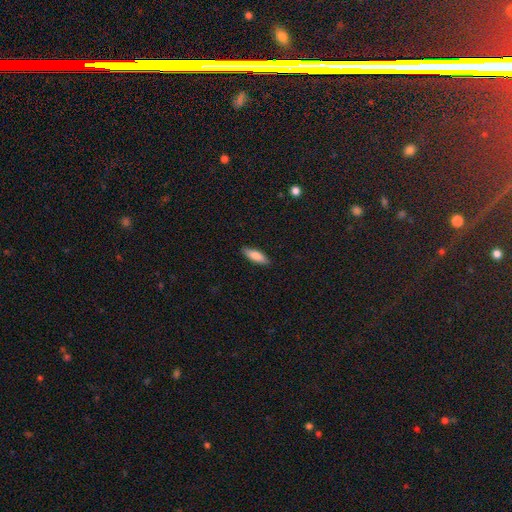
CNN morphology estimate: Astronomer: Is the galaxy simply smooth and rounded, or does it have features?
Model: smooth — 82%.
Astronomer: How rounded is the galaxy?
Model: in between — 52% (runner-up: cigar-shaped, 46%).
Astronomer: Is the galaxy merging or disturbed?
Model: none — 89%.